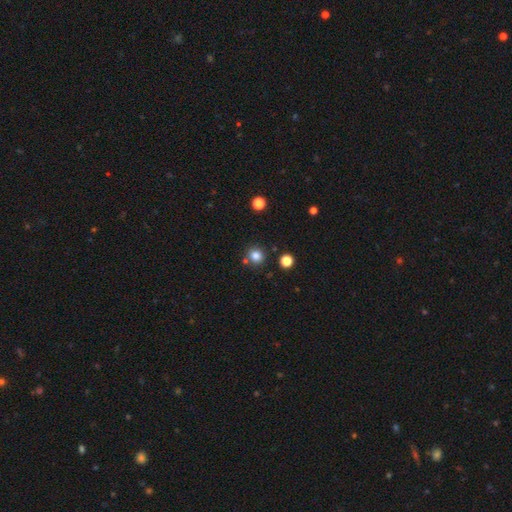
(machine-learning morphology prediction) type=smooth (82%); roundness=round (89%); merging=none (81%).